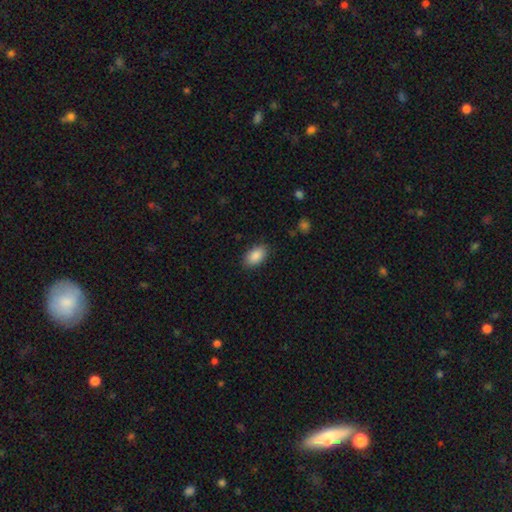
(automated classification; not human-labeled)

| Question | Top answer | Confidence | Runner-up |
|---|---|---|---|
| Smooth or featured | smooth | 89% | star or artifact (7%) |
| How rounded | in between | 92% | round (6%) |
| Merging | none | 86% | minor disturbance (10%) |